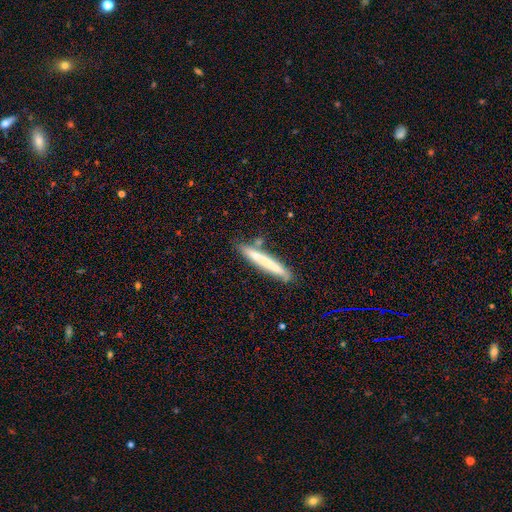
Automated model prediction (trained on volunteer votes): smooth 63%, featured or disk 31%, star or artifact 6%. Down the decision tree: how rounded — cigar-shaped (94%); merging — none (71%).